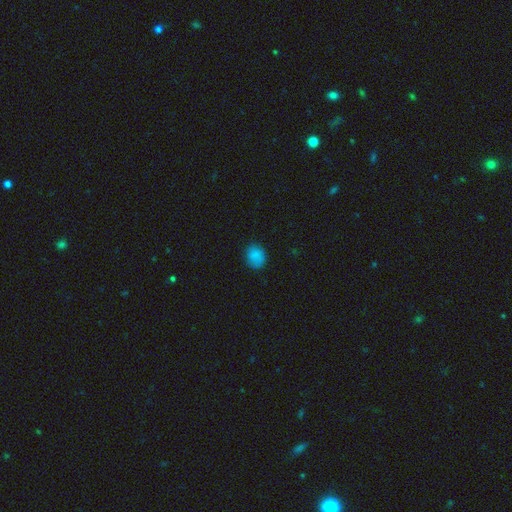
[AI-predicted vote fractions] Smooth or featured: smooth — 82% (star or artifact — 11%)
How rounded: round — 69% (in between — 30%)
Merging: none — 75% (minor disturbance — 19%)